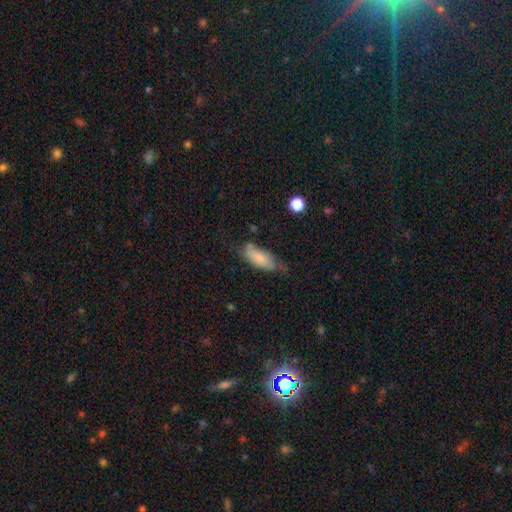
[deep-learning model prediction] This appears to be a smooth galaxy with no disk features (75%) that is in between round and cigar-shaped (73%). Merging: none (55%).